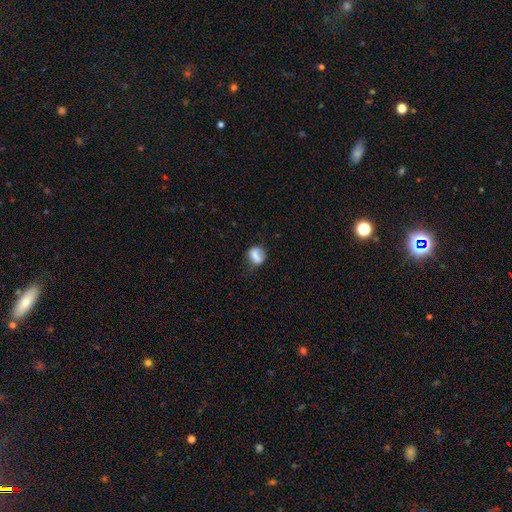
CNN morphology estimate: Smooth or featured? Predicted: smooth (p=0.75). How rounded? Predicted: round (p=0.58). Merging? Predicted: none (p=0.59).